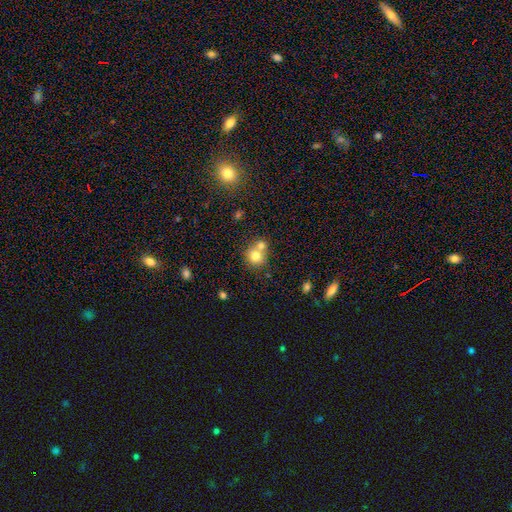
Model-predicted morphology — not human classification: Smooth or featured? smooth (75%)
How rounded? round (85%)
Merging? merger (46%)